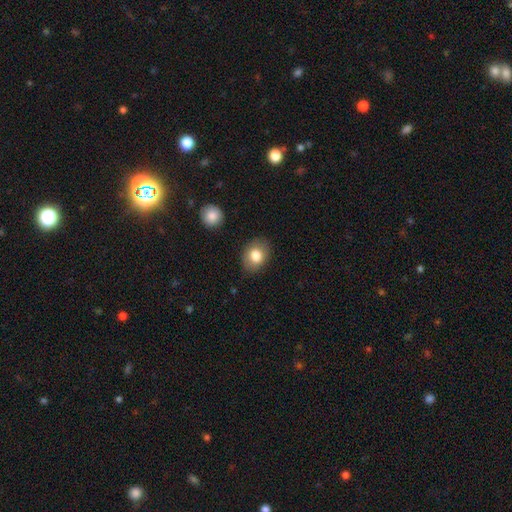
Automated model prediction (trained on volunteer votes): Smooth or featured? smooth (81%)
How rounded? in between (60%)
Merging? none (85%)